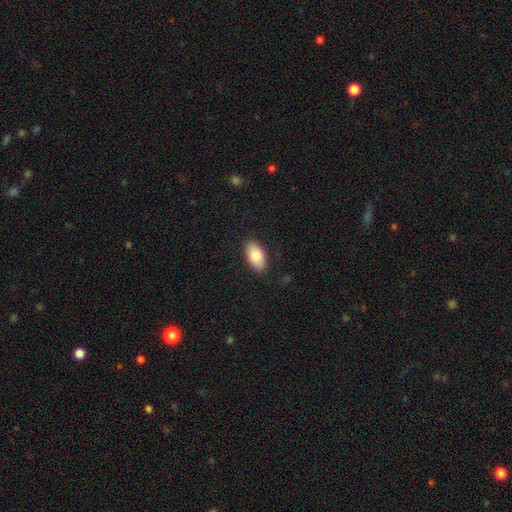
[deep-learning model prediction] This appears to be a smooth galaxy with no disk features (82%) that is in between round and cigar-shaped (94%). Merging: none (86%).